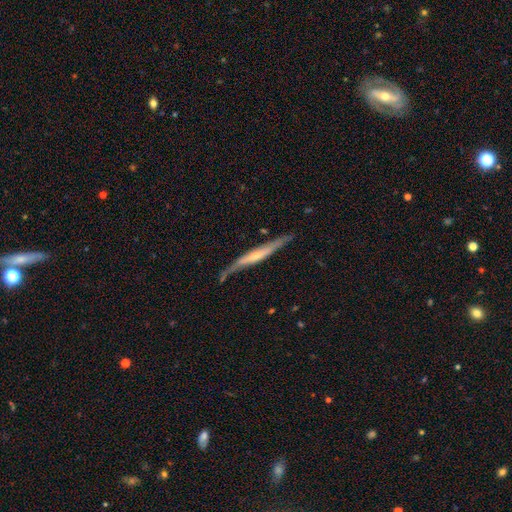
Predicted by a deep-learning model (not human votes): A featured or disk galaxy (70%) viewed edge-on (88%) with a rounded central bulge (58%).

Vote fractions:
- Smooth or featured? featured or disk: 70% / smooth: 25% / star or artifact: 5%
- Edge-on disk? yes: 88% / no: 12%
- Edge-on bulge? rounded: 58% / none: 33% / boxy: 9%
- Merging? none: 67% / minor disturbance: 24% / major disturbance: 6% / merger: 3%